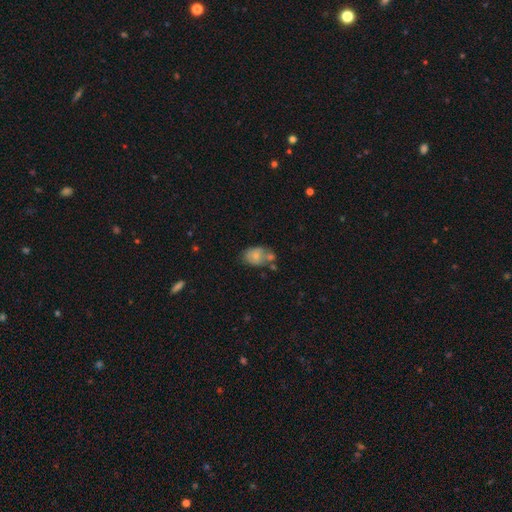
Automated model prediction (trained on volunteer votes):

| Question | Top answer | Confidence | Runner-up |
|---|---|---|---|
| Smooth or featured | smooth | 66% | featured or disk (26%) |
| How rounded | in between | 68% | round (31%) |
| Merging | none | 38% | merger (32%) |